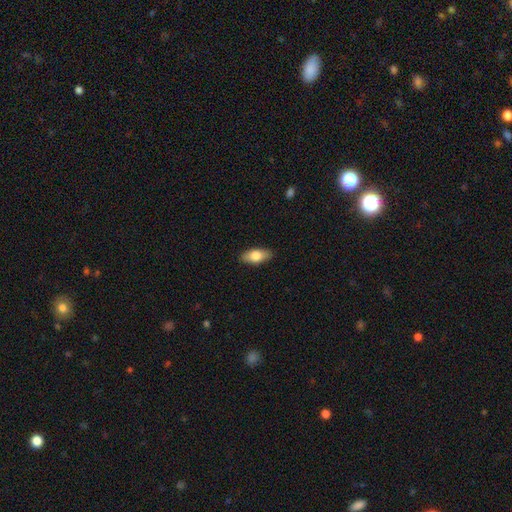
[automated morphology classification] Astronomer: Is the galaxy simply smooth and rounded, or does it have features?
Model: smooth — 76%.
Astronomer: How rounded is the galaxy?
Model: in between — 87%.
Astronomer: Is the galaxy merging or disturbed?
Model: none — 88%.